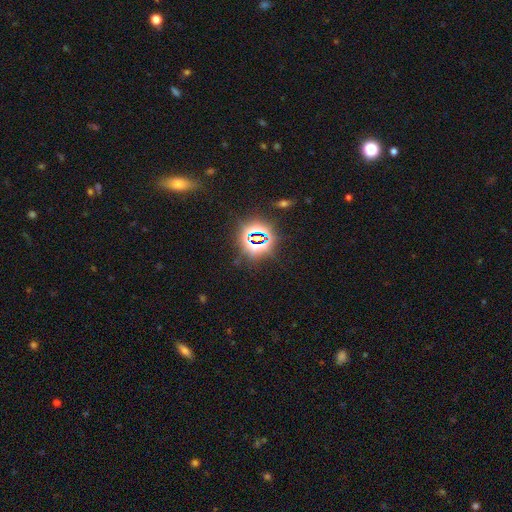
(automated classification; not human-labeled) smooth_or_featured: star or artifact (p=0.74) [alt: smooth p=0.16]